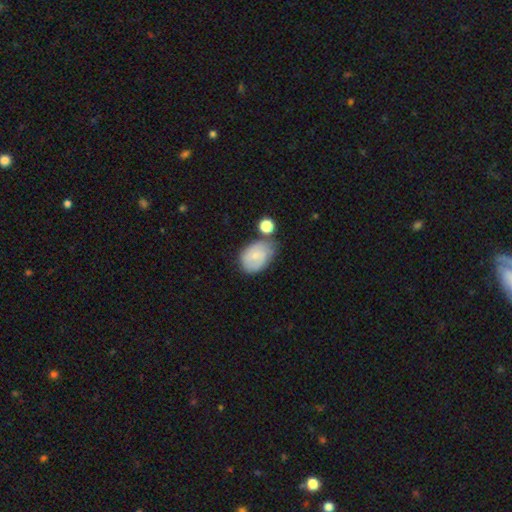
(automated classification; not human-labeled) Smooth or featured? smooth (59%)
How rounded? in between (74%)
Merging? none (48%)